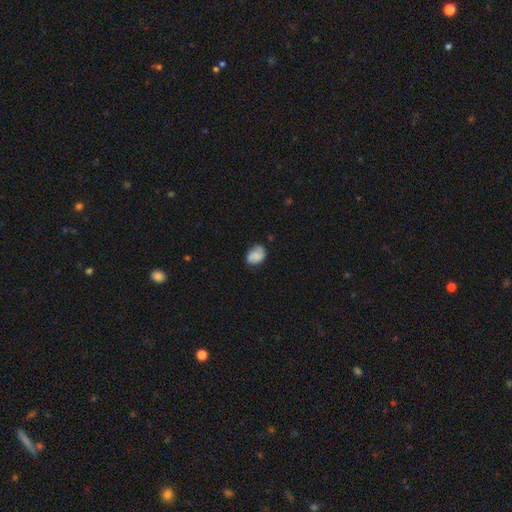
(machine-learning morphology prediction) smooth 66%, featured or disk 25%, star or artifact 9%. Down the decision tree: how rounded — in between (70%); merging — none (61%).